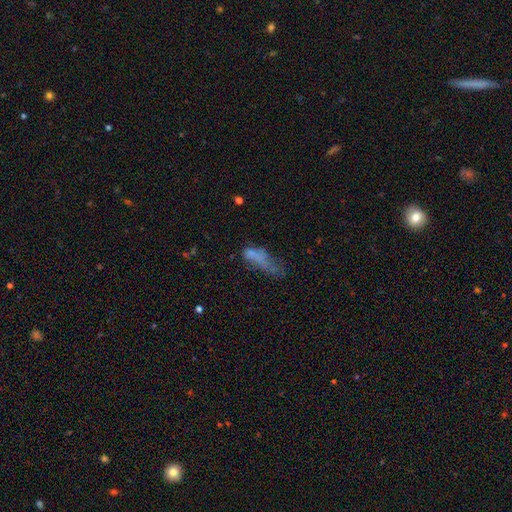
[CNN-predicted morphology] Q: Smooth or featured?
A: smooth (58%); runner-up: featured or disk (27%)
Q: How rounded?
A: in between (68%); runner-up: cigar-shaped (28%)
Q: Merging?
A: major disturbance (45%); runner-up: minor disturbance (23%)